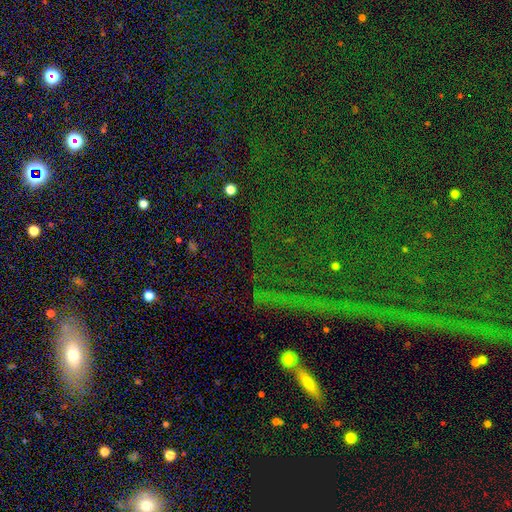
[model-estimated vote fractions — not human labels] Overall: star or artifact (79%).